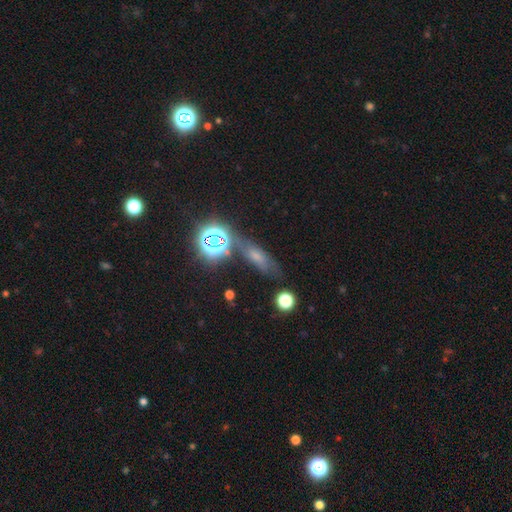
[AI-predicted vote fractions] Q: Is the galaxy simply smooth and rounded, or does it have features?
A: smooth — 47%.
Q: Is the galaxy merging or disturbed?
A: none — 63%.